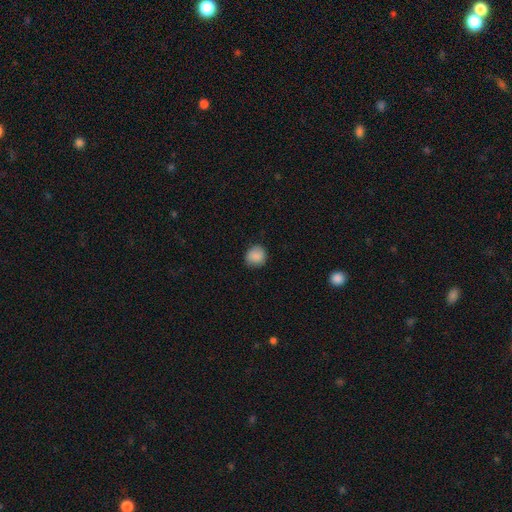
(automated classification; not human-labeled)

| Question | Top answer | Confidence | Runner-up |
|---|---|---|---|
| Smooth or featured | smooth | 88% | star or artifact (8%) |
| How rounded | round | 85% | in between (14%) |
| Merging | none | 85% | minor disturbance (11%) |